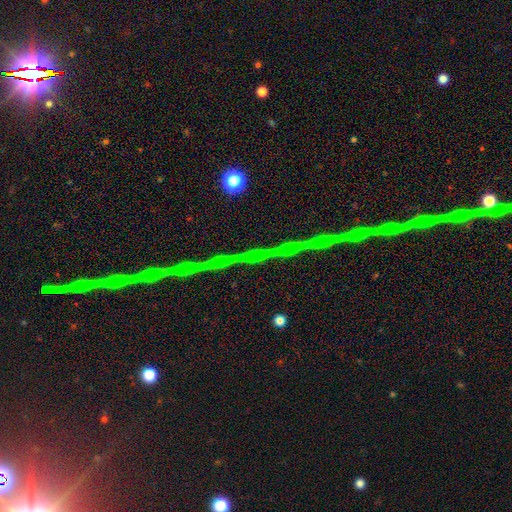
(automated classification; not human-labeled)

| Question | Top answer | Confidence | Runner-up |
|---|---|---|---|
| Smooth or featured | star or artifact | 71% | featured or disk (18%) |